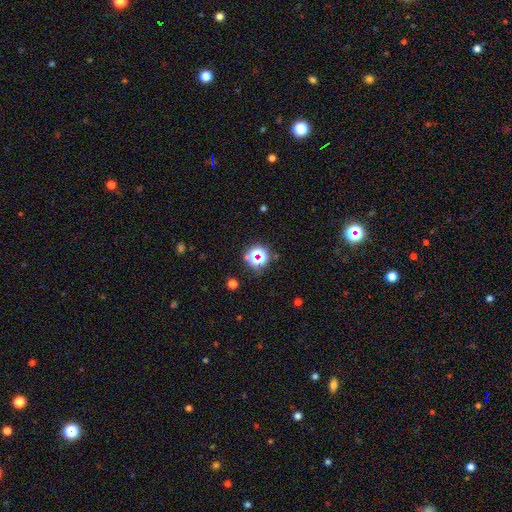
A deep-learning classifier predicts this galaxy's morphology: A star or artifact, not a galaxy (64%).

Vote fractions:
- Smooth or featured? star or artifact: 64% / smooth: 27% / featured or disk: 9%